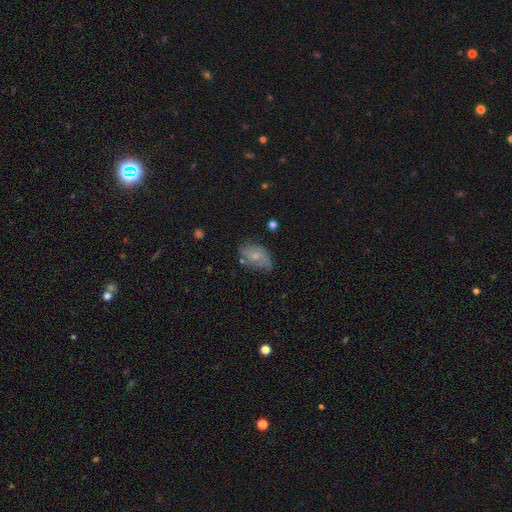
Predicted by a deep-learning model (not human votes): smooth 59%, featured or disk 32%, star or artifact 8%. Down the decision tree: how rounded — in between (89%); merging — none (53%).